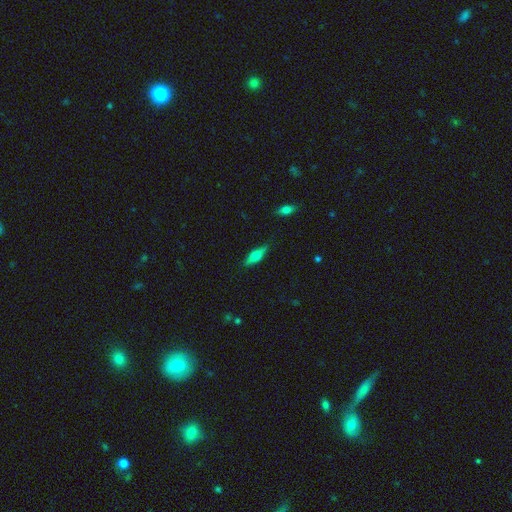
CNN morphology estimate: A smooth galaxy with no disk features (60%) that is in between round and cigar-shaped (52%). Merging: none (80%).